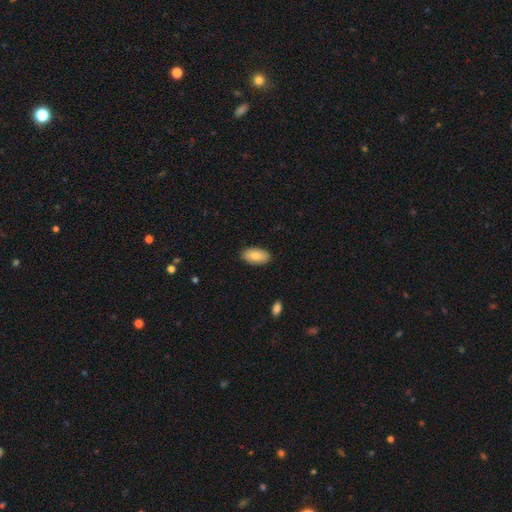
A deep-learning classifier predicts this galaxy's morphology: This appears to be a smooth galaxy with no disk features (80%) that is in between round and cigar-shaped (95%). Merging: none (88%).